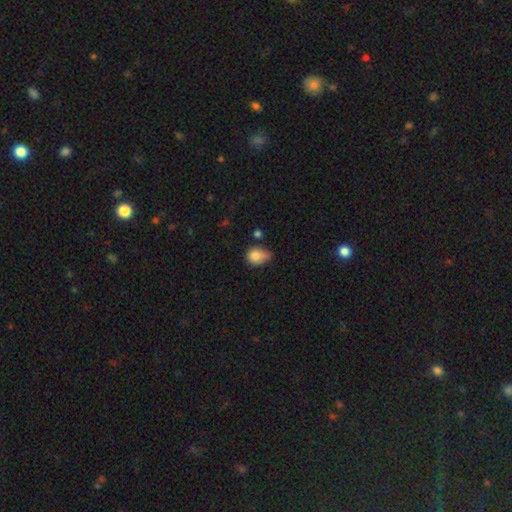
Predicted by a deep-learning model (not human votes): Smooth or featured: smooth — 81% (star or artifact — 10%)
How rounded: in between — 54% (round — 45%)
Merging: minor disturbance — 44% (none — 34%)